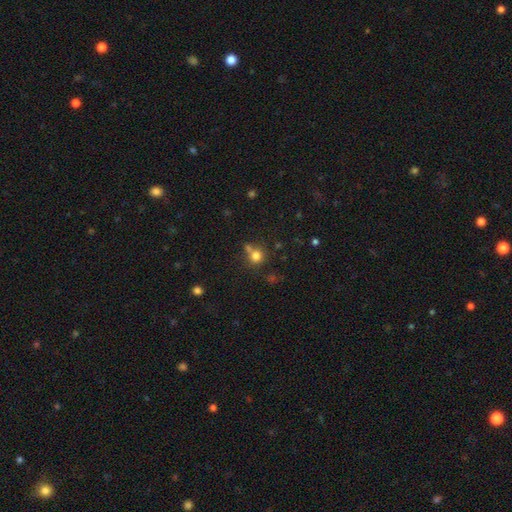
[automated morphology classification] smooth_or_featured: smooth (p=0.78) [alt: star or artifact p=0.14]
how_rounded: round (p=0.86) [alt: in between p=0.13]
merging: none (p=0.57) [alt: merger p=0.26]